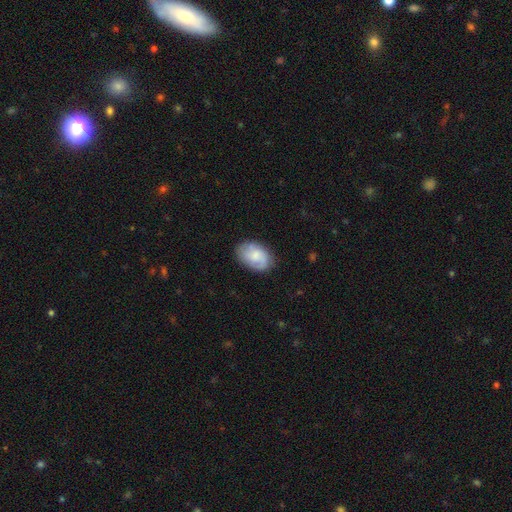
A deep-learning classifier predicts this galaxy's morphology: Smooth or featured? Predicted: smooth (p=0.62). How rounded? Predicted: in between (p=0.84). Merging? Predicted: none (p=0.75).